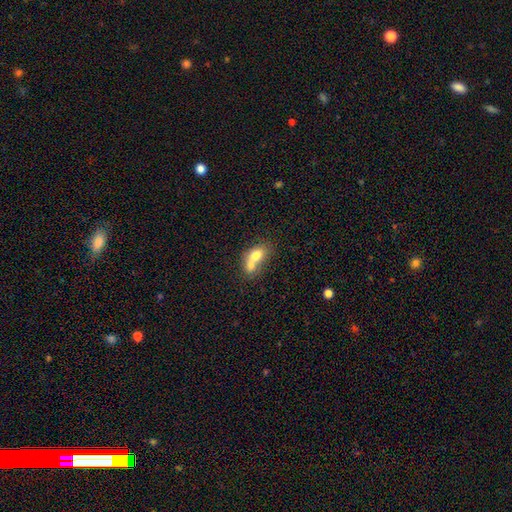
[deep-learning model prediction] A smooth galaxy with no disk features (70%) that is in between round and cigar-shaped (75%). Merging: merger (69%).